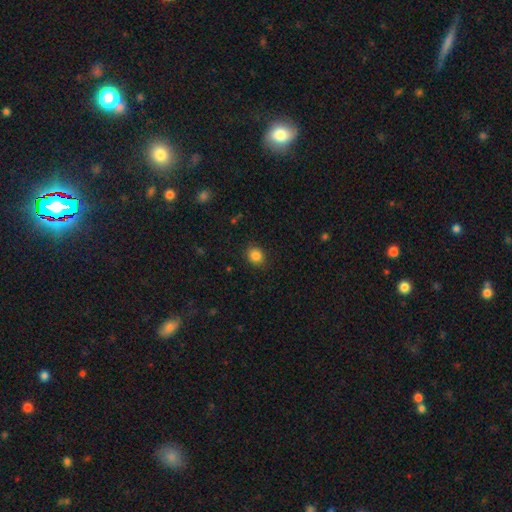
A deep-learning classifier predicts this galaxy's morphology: Smooth or featured? Predicted: smooth (p=0.85). How rounded? Predicted: round (p=0.68). Merging? Predicted: none (p=0.88).